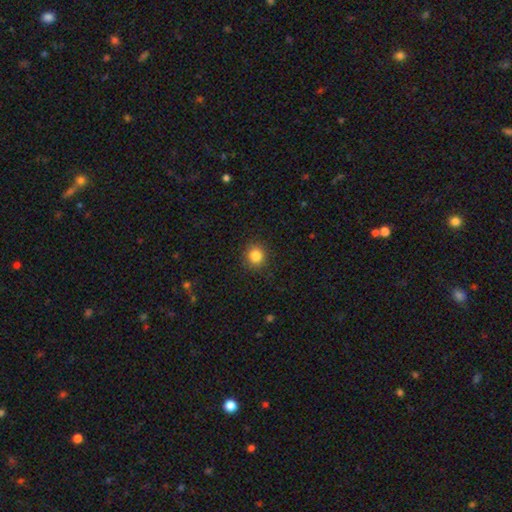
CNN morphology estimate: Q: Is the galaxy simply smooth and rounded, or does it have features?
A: smooth — 84%.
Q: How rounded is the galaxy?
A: round — 89%.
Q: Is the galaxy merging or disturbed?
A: none — 90%.